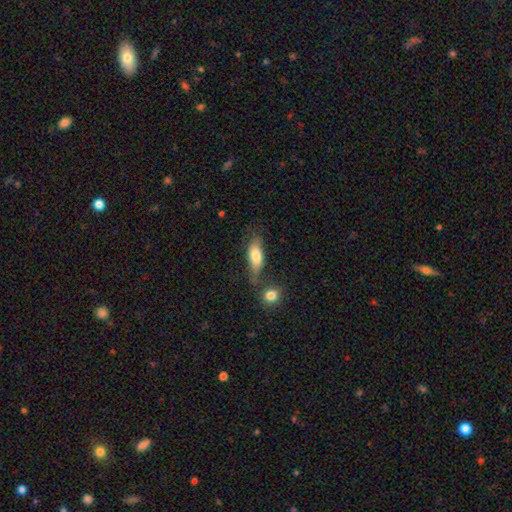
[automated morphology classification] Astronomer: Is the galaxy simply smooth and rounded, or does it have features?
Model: smooth — 72%.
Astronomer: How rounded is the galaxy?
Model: in between — 70%.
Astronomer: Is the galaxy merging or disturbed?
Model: none — 49% (runner-up: minor disturbance, 25%).